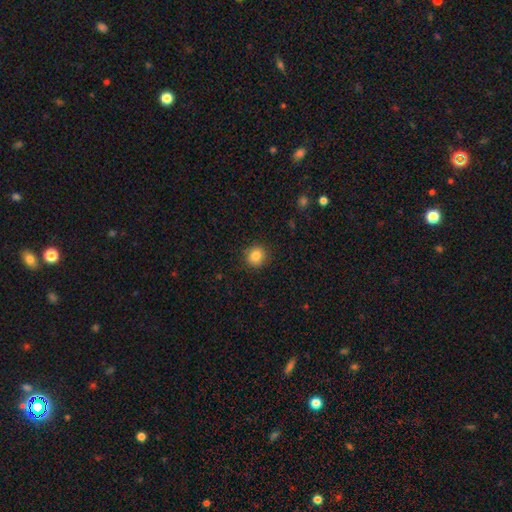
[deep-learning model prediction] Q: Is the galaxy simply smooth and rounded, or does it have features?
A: smooth — 84%.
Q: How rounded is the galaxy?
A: round — 86%.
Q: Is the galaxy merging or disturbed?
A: none — 88%.